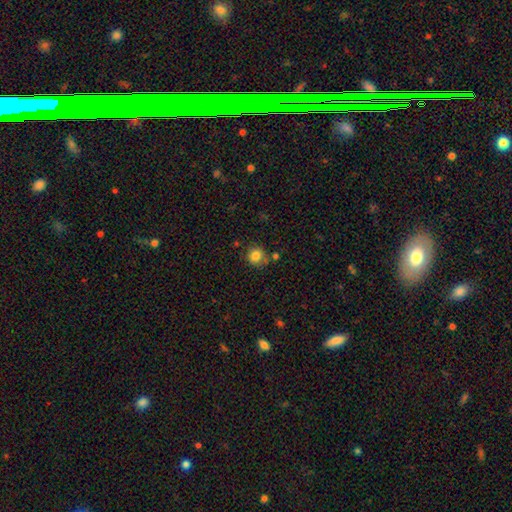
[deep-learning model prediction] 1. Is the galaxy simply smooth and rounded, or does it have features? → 84% smooth, 11% star or artifact, 6% featured or disk.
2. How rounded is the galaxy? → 90% round, 9% in between, 1% cigar-shaped.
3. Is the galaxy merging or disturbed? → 76% none, 12% minor disturbance, 8% merger, 3% major disturbance.